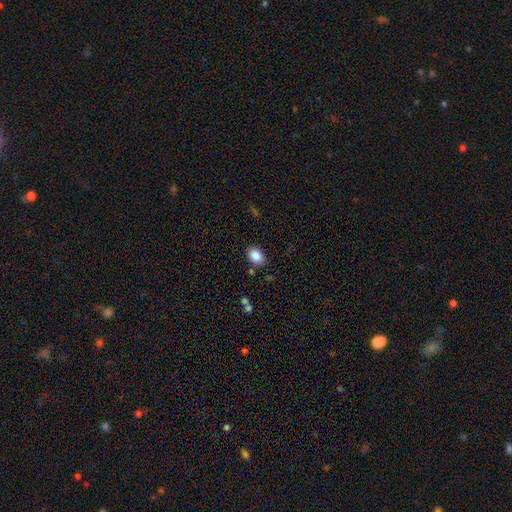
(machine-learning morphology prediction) A smooth galaxy with no disk features (87%) that is in between round and cigar-shaped (77%). Merging: none (84%).